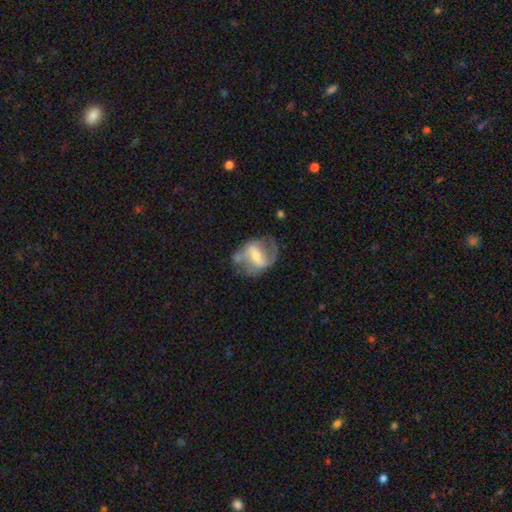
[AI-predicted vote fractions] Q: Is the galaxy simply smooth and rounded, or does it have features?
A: featured or disk — 72%.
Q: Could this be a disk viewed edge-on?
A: no — 96%.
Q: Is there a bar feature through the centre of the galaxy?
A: strong — 43%.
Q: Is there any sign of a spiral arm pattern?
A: yes — 76%.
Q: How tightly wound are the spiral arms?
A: medium — 44%.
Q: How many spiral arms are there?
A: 2 — 77%.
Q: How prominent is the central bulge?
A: moderate — 45%.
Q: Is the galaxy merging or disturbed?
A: none — 51%.